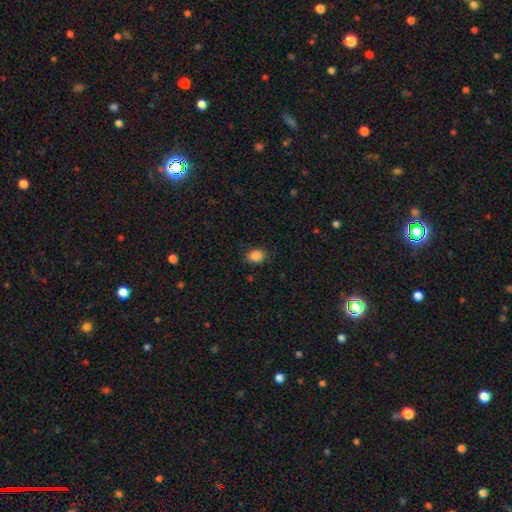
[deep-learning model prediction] The model was most divided on "how rounded": round: 50%, in between: 49%, cigar-shaped: 1%. More confident: smooth or featured — smooth (86%); merging — none (85%).